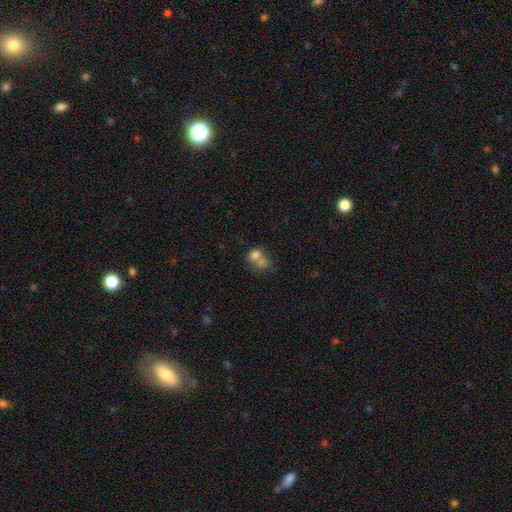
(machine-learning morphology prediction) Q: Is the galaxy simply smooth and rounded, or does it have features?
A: smooth — 70%.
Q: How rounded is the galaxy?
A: round — 56%.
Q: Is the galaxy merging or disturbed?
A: merger — 61%.